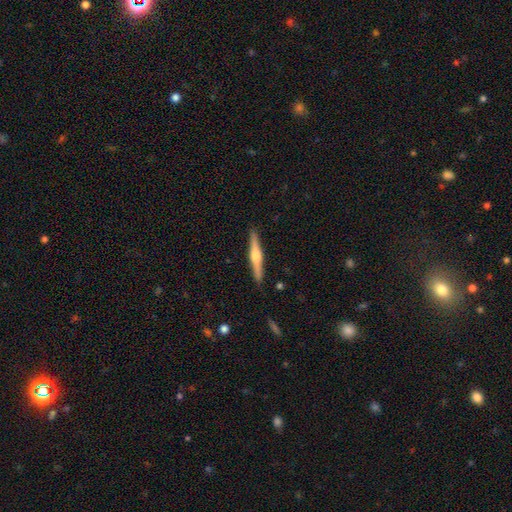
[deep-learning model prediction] Morphology: type=featured or disk (69%); edge-on=yes (98%); edge-on bulge=rounded (90%); merging=none (91%).